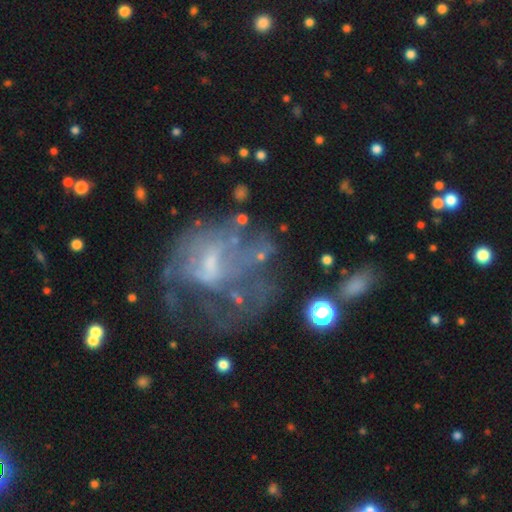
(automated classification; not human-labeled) featured or disk 62%, smooth 23%, star or artifact 15%. Down the decision tree: edge-on disk — no (97%); bar — no (57%); spiral arms — no (66%); bulge size — small (44%); merging — major disturbance (41%).